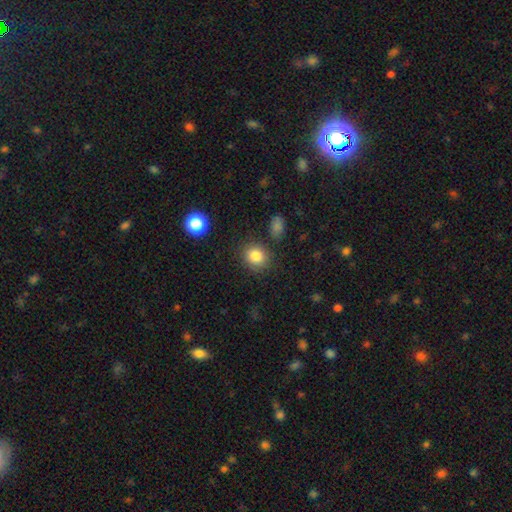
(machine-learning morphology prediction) smooth-or-featured: smooth: 85% | star or artifact: 10% | featured or disk: 5%
  how-rounded: round: 76% | in between: 23% | cigar-shaped: 1%
  merging: none: 84% | minor disturbance: 9% | merger: 3% | major disturbance: 3%